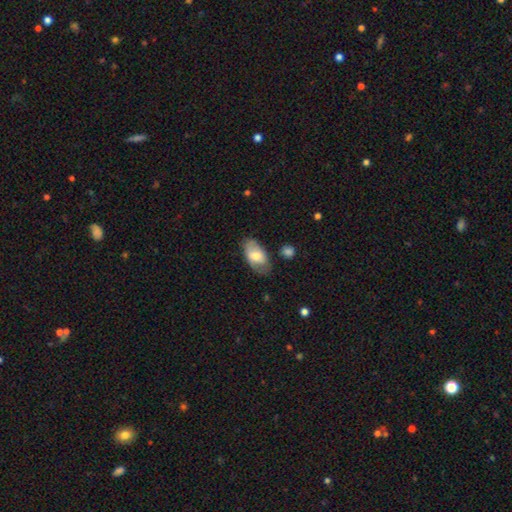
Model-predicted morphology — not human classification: smooth_or_featured: smooth (p=0.64) [alt: featured or disk p=0.30]
how_rounded: in between (p=0.93) [alt: round p=0.05]
merging: none (p=0.69) [alt: minor disturbance p=0.23]